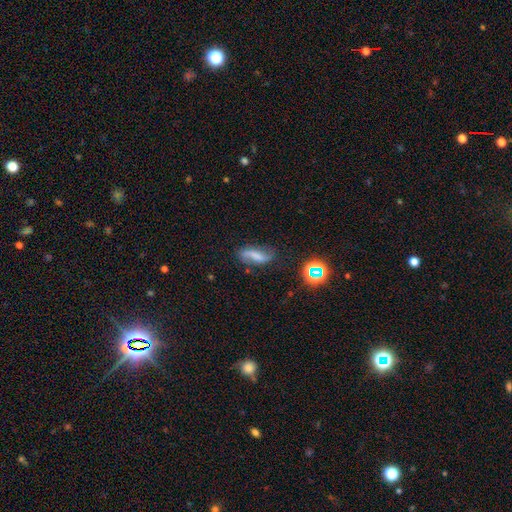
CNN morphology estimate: featured or disk 54%, smooth 33%, star or artifact 13%. Down the decision tree: edge-on disk — no (90%); merging — none (64%).